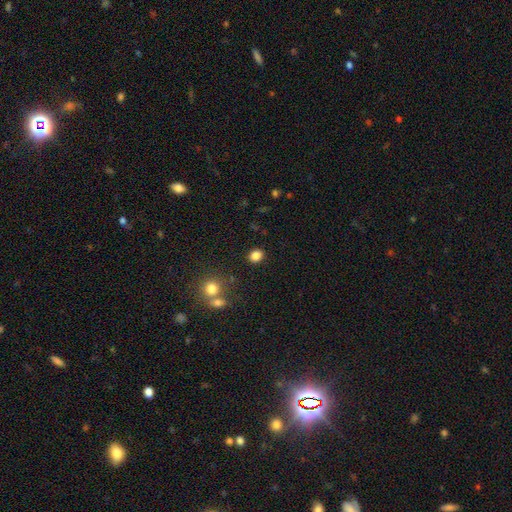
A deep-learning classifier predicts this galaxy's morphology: Smooth or featured: smooth — 84% (star or artifact — 12%)
How rounded: round — 58% (in between — 41%)
Merging: none — 86% (minor disturbance — 8%)